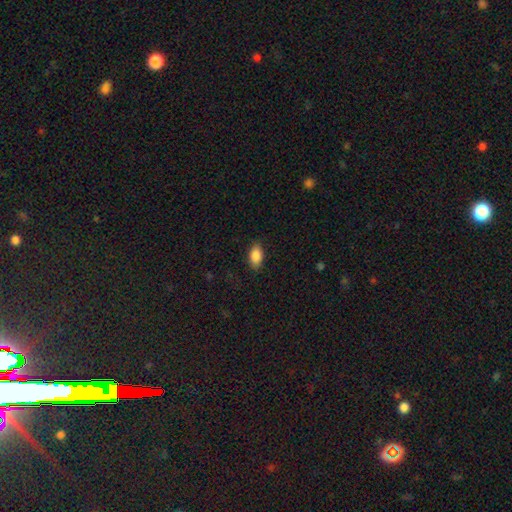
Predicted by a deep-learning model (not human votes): The model was most divided on "merging": none: 86%, minor disturbance: 11%, major disturbance: 3%, merger: 1%. More confident: how rounded — in between (92%); smooth or featured — smooth (88%).